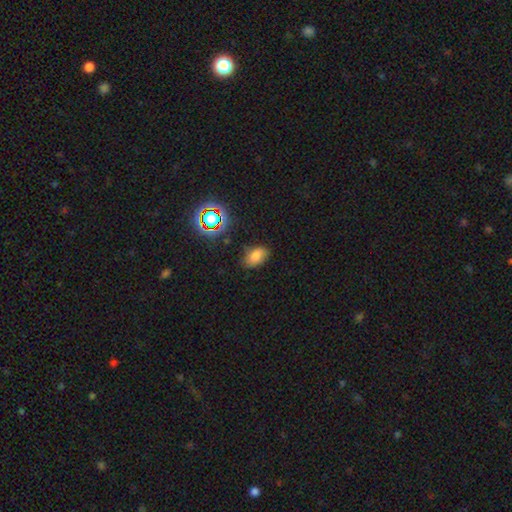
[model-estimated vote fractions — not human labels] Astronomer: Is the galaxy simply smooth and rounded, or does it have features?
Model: smooth — 75%.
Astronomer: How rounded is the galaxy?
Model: in between — 88%.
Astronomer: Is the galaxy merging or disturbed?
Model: none — 77%.